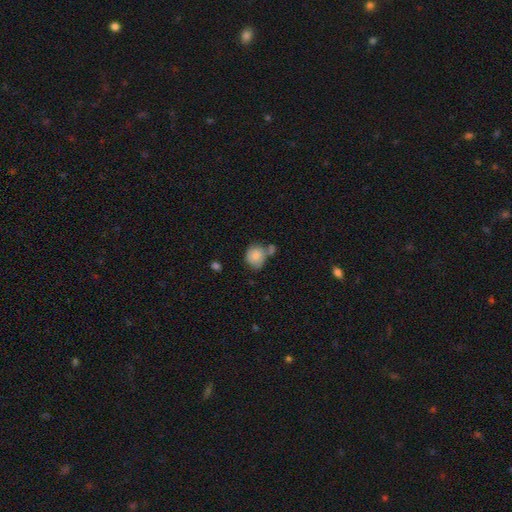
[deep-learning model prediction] This is clearly a smooth galaxy (82%). How rounded: likely round (69%). Merging: possibly none (50%).